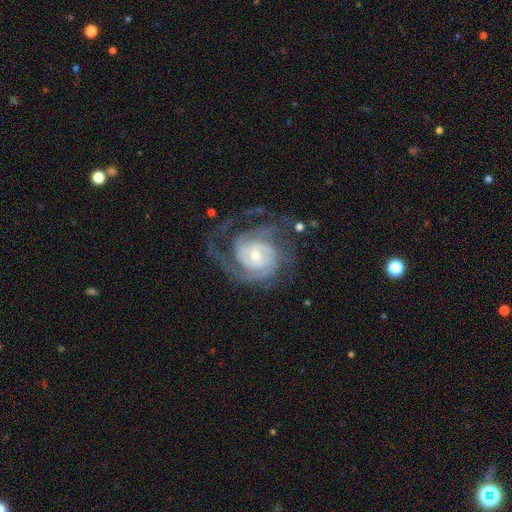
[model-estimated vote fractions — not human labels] Smooth or featured? featured or disk (90%)
Edge-on disk? no (98%)
Bar? no (63%)
Spiral arms? yes (97%)
Spiral winding? tight (60%)
Spiral arm count? 2 (31%)
Bulge size? small (51%)
Merging? none (60%)